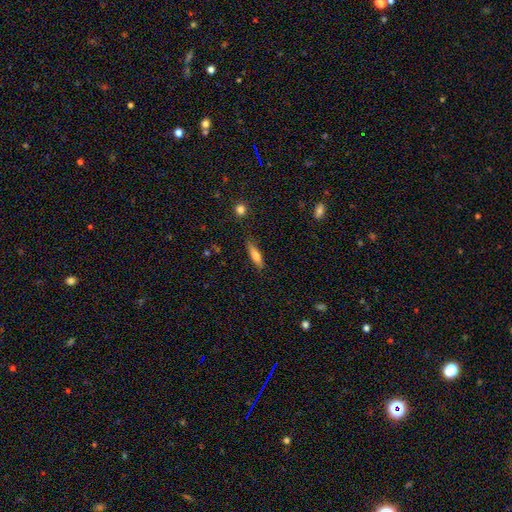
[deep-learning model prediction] smooth_or_featured: smooth (p=0.70) [alt: featured or disk p=0.23]
how_rounded: cigar-shaped (p=0.69) [alt: in between p=0.29]
merging: none (p=0.82) [alt: minor disturbance p=0.14]